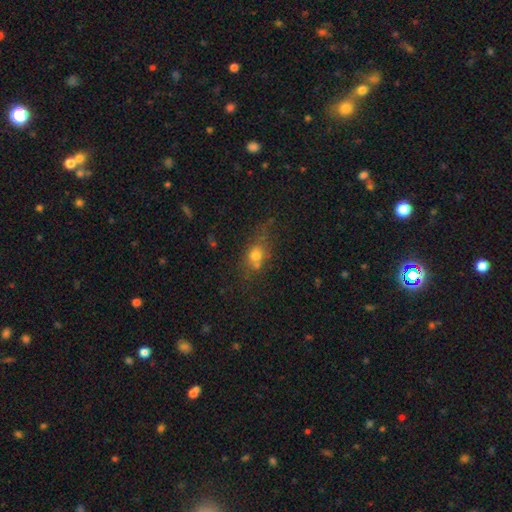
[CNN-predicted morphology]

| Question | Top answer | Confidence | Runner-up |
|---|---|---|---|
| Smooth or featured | smooth | 67% | featured or disk (18%) |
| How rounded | in between | 53% | round (39%) |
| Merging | none | 55% | minor disturbance (20%) |